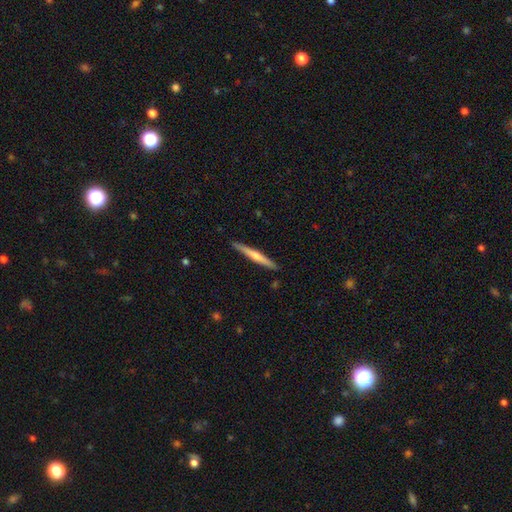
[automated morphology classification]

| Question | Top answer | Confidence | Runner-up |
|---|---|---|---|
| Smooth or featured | featured or disk | 59% | smooth (36%) |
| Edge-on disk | yes | 98% | no (2%) |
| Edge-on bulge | rounded | 66% | none (26%) |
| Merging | none | 91% | minor disturbance (6%) |